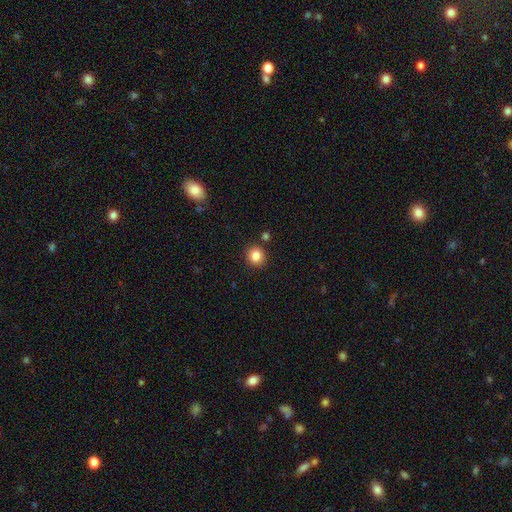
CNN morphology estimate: smooth 84%, star or artifact 10%, featured or disk 5%. Down the decision tree: how rounded — round (89%); merging — none (87%).